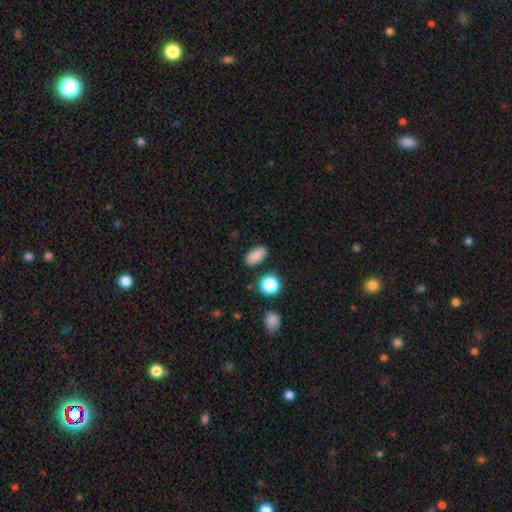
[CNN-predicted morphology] Q: Smooth or featured?
A: smooth (86%); runner-up: star or artifact (10%)
Q: How rounded?
A: in between (90%); runner-up: round (8%)
Q: Merging?
A: none (86%); runner-up: minor disturbance (9%)